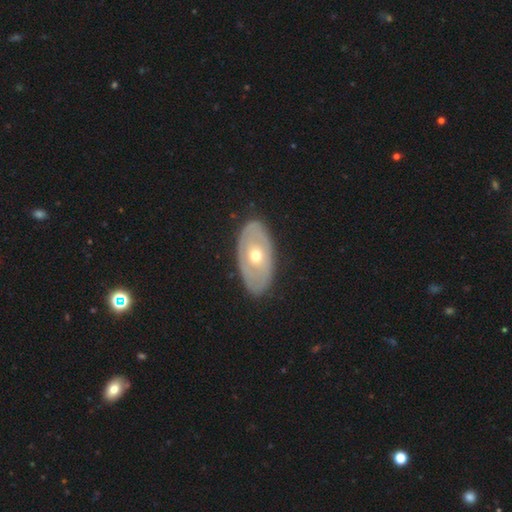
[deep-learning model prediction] A featured or disk galaxy (62%) with no bar (90%), no spiral arms (73%) and a moderate central bulge (67%).

Vote fractions:
- Smooth or featured? featured or disk: 62% / smooth: 34% / star or artifact: 5%
- Edge-on disk? no: 88% / yes: 12%
- Bar? no: 90% / weak: 7% / strong: 2%
- Spiral arms? no: 73% / yes: 27%
- Bulge size? moderate: 67% / small: 28% / large: 3% / dominant: 1% / none: 1%
- Merging? none: 83% / minor disturbance: 13% / major disturbance: 3% / merger: 1%